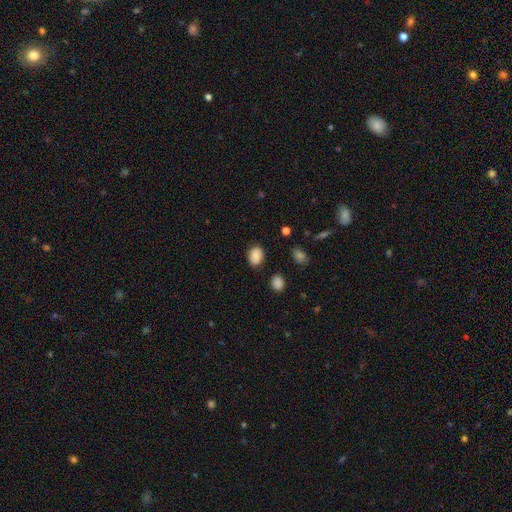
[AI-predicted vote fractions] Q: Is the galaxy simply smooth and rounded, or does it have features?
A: smooth — 87%.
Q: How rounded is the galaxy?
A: in between — 69%.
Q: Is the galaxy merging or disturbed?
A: none — 82%.